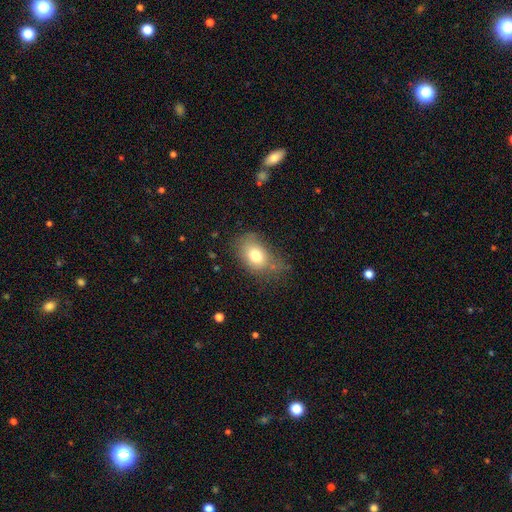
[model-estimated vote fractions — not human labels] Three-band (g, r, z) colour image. It shows a smooth galaxy with no disk features (75%) that is in between round and cigar-shaped (77%). Merging: none (52%).